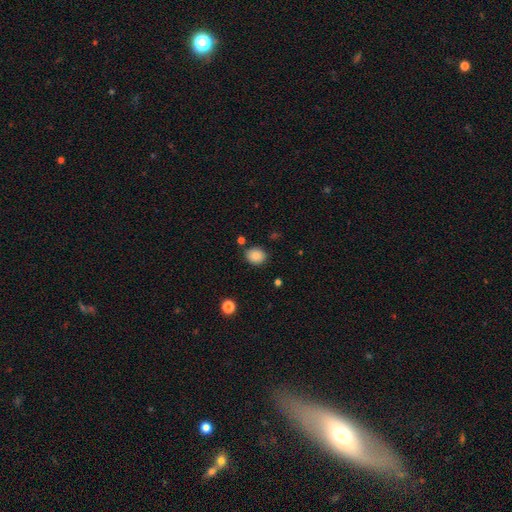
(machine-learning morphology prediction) Q: Smooth or featured?
A: smooth (86%); runner-up: star or artifact (9%)
Q: How rounded?
A: round (58%); runner-up: in between (41%)
Q: Merging?
A: none (83%); runner-up: minor disturbance (11%)